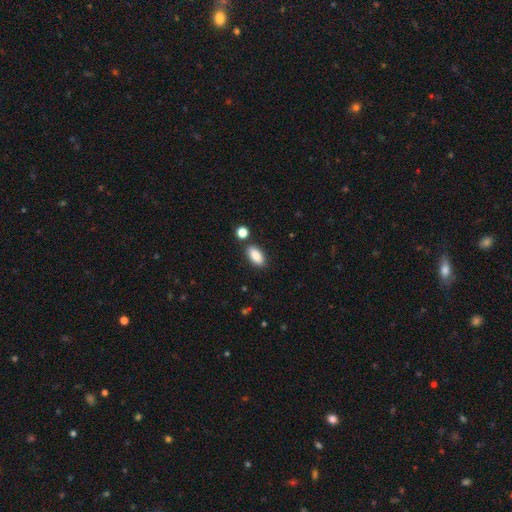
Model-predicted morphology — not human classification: A smooth galaxy with no disk features (88%) that is in between round and cigar-shaped (90%). Merging: none (82%).